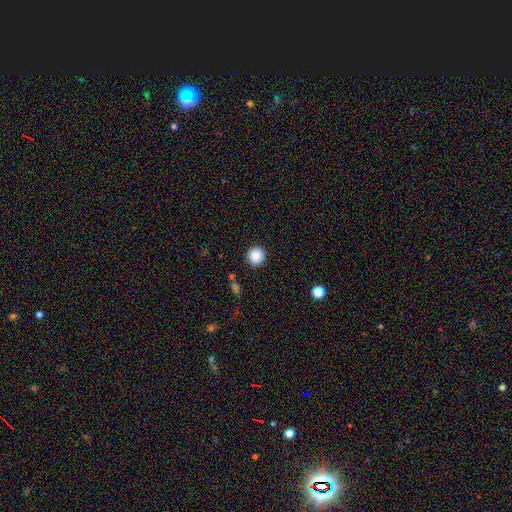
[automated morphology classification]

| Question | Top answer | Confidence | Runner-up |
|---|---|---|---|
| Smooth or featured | smooth | 87% | star or artifact (9%) |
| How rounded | round | 95% | in between (4%) |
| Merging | none | 91% | minor disturbance (5%) |